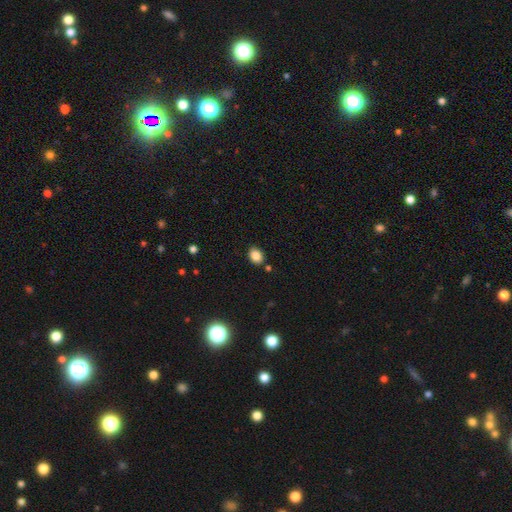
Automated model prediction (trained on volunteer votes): The model was most divided on "how rounded": in between: 55%, round: 44%, cigar-shaped: 1%. More confident: smooth or featured — smooth (85%); merging — none (82%).